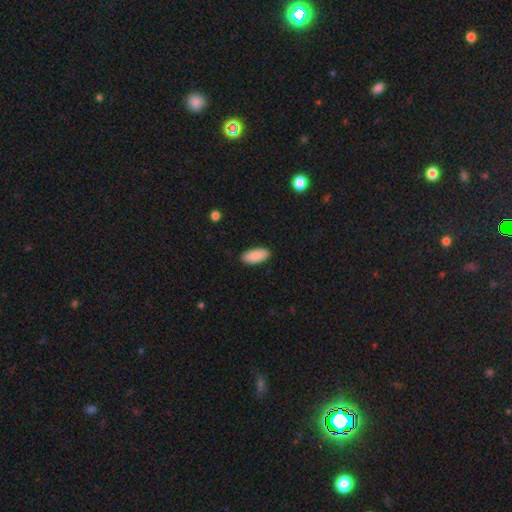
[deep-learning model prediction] Q: Smooth or featured?
A: smooth (89%); runner-up: star or artifact (6%)
Q: How rounded?
A: in between (90%); runner-up: cigar-shaped (8%)
Q: Merging?
A: none (88%); runner-up: minor disturbance (9%)